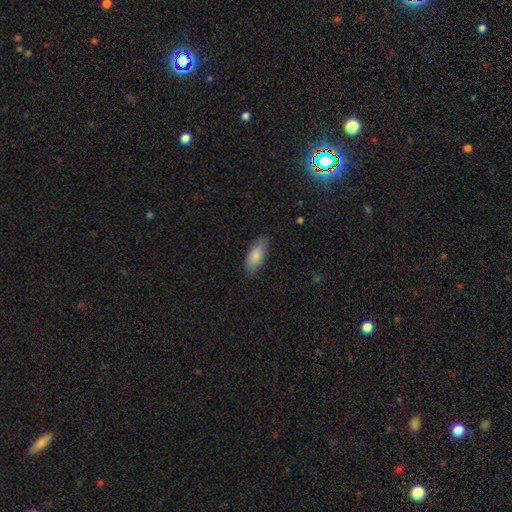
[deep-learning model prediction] Q: Smooth or featured?
A: smooth (84%); runner-up: featured or disk (10%)
Q: How rounded?
A: in between (85%); runner-up: cigar-shaped (13%)
Q: Merging?
A: none (82%); runner-up: minor disturbance (14%)